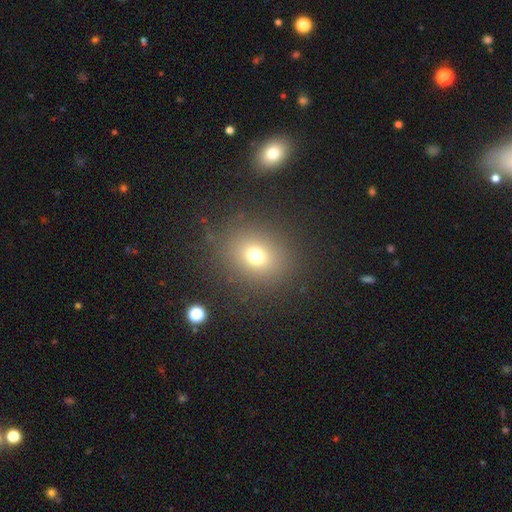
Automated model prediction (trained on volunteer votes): Smooth or featured: smooth — 71% (star or artifact — 19%)
How rounded: round — 72% (in between — 27%)
Merging: none — 84% (minor disturbance — 9%)